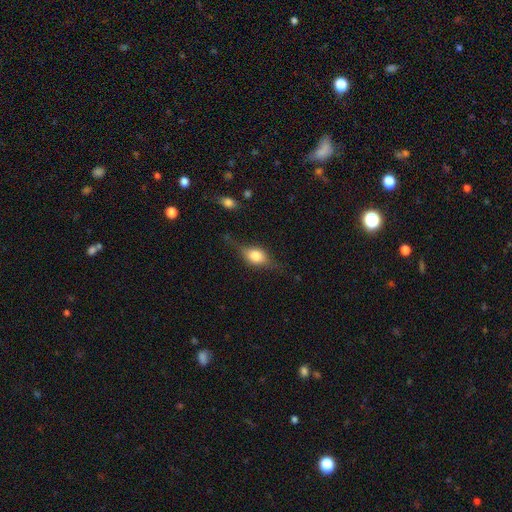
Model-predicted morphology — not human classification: This appears to be a smooth galaxy with no disk features (50%). Merging: none (64%).